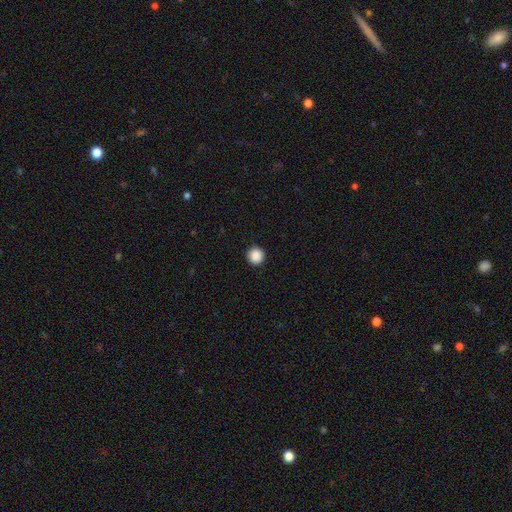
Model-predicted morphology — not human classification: Q: Smooth or featured?
A: smooth (89%); runner-up: star or artifact (9%)
Q: How rounded?
A: round (96%); runner-up: in between (3%)
Q: Merging?
A: none (93%); runner-up: minor disturbance (5%)